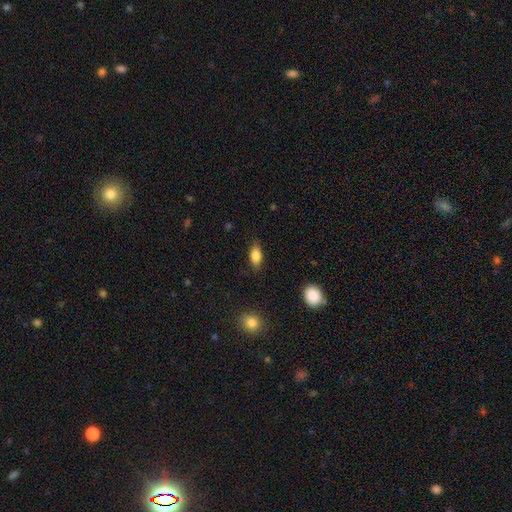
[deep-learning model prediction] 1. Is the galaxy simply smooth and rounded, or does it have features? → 83% smooth, 9% featured or disk, 8% star or artifact.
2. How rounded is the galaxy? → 86% in between, 9% cigar-shaped, 5% round.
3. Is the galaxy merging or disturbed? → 83% none, 13% minor disturbance, 3% major disturbance, 1% merger.